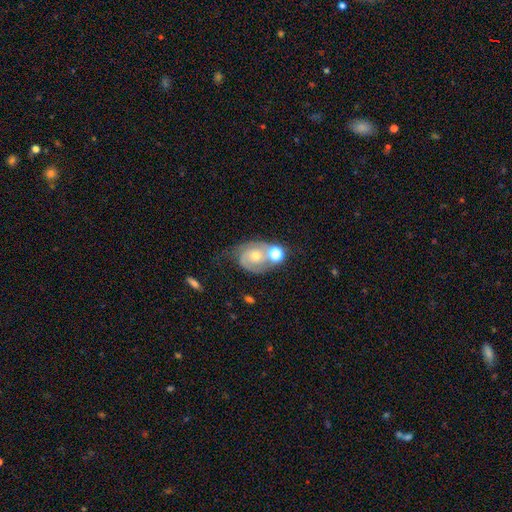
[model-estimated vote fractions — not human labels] Smooth or featured?
  - featured or disk: 74% *
  - smooth: 18%
  - star or artifact: 8%
Edge-on disk?
  - no: 97% *
  - yes: 3%
Bar?
  - no: 74% *
  - weak: 22%
  - strong: 4%
Spiral arms?
  - yes: 91% *
  - no: 9%
Spiral winding?
  - medium: 42% *
  - tight: 40%
  - loose: 18%
Spiral arm count?
  - 2: 72% *
  - 1: 12%
  - can't tell: 11%
  - 3: 3%
  - 4: 1%
  - more than 4: 1%
Bulge size?
  - moderate: 53% *
  - small: 40%
  - large: 4%
  - none: 2%
  - dominant: 1%
Merging?
  - none: 41% *
  - merger: 23%
  - minor disturbance: 21%
  - major disturbance: 15%